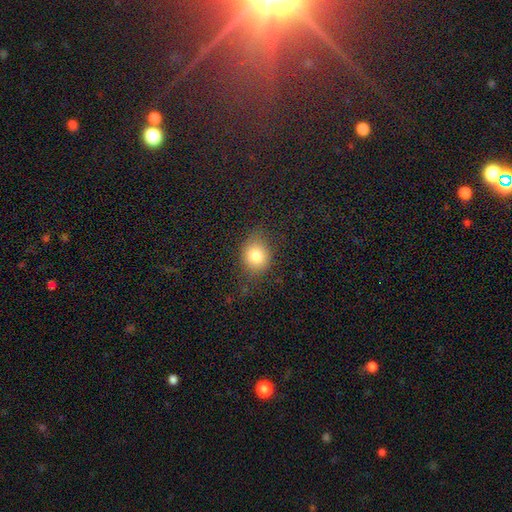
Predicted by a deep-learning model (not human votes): Smooth or featured: smooth — 80% (star or artifact — 11%)
How rounded: round — 65% (in between — 34%)
Merging: none — 76% (minor disturbance — 17%)